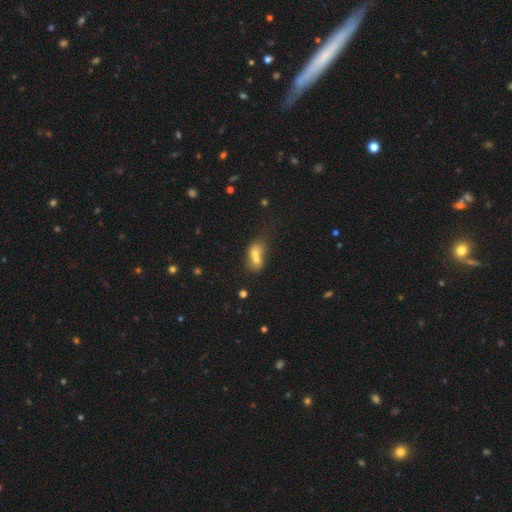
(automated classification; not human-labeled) smooth 64%, featured or disk 25%, star or artifact 12%. Down the decision tree: how rounded — in between (59%); merging — merger (73%).